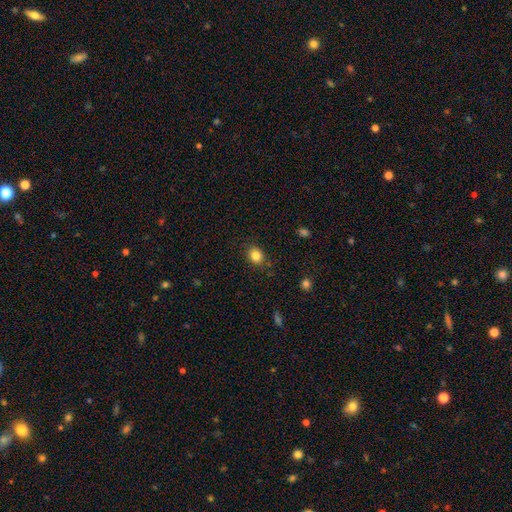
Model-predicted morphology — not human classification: Smooth or featured? Predicted: smooth (p=0.83). How rounded? Predicted: round (p=0.61). Merging? Predicted: none (p=0.85).